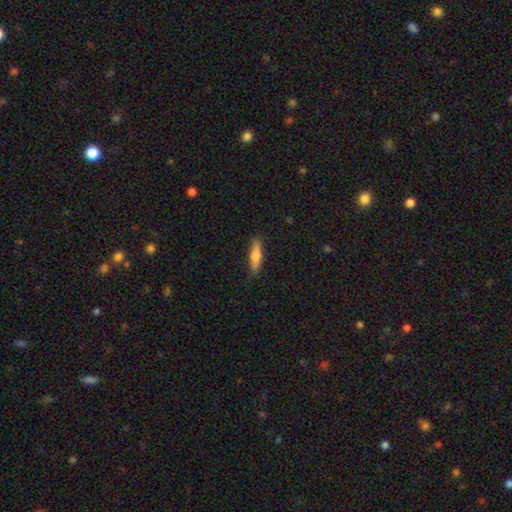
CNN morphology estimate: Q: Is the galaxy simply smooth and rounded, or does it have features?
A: smooth — 66%.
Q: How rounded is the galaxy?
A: cigar-shaped — 70%.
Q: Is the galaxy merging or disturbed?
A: none — 85%.